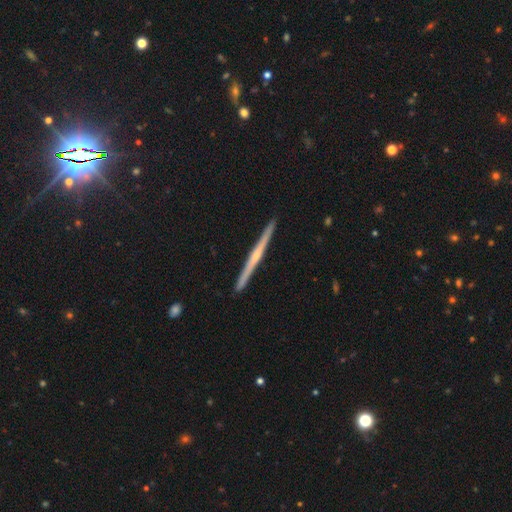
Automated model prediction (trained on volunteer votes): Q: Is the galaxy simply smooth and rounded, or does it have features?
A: featured or disk — 75%.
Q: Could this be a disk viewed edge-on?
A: yes — 98%.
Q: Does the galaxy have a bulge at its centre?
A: rounded — 60%.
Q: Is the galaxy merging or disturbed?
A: none — 93%.